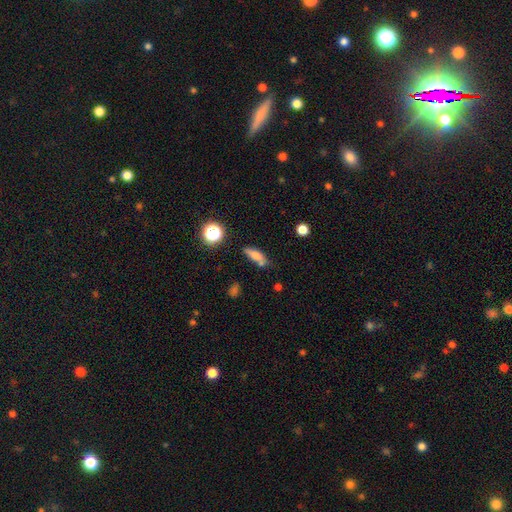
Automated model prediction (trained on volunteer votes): smooth-or-featured: smooth: 71% | featured or disk: 17% | star or artifact: 12%
  how-rounded: in between: 51% | cigar-shaped: 43% | round: 6%
  merging: none: 65% | minor disturbance: 18% | merger: 11% | major disturbance: 5%